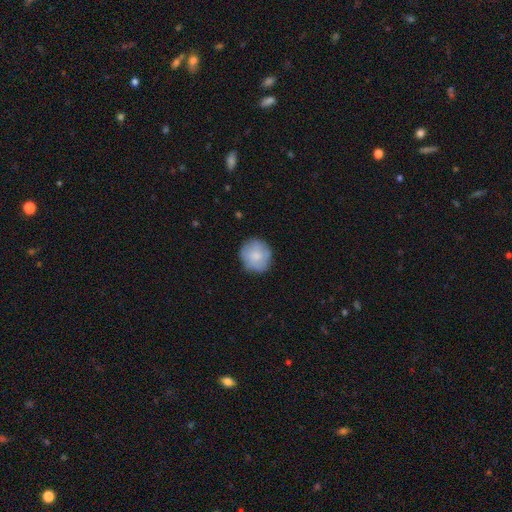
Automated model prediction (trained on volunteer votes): This appears to be a smooth galaxy with no disk features (76%) that is round (89%). Merging: none (82%).